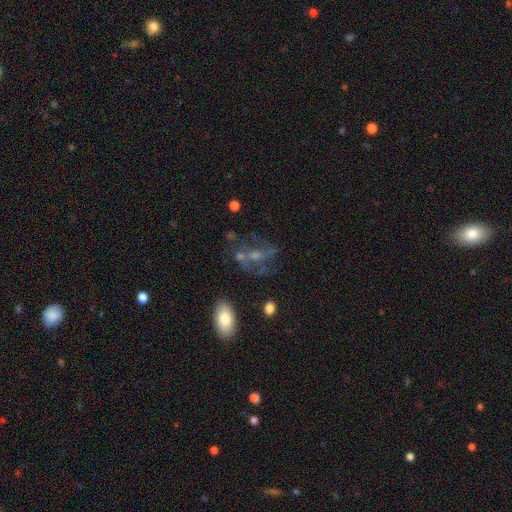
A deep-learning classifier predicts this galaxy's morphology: Smooth or featured? featured or disk (54%)
Edge-on disk? no (92%)
Merging? none (45%)